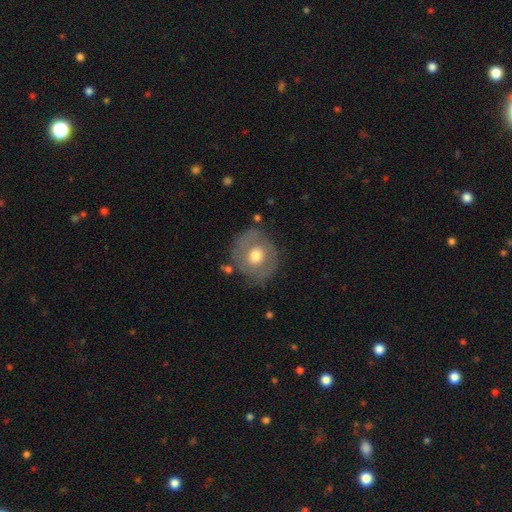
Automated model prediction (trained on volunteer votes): Smooth or featured?
  - smooth: 53% *
  - featured or disk: 41%
  - star or artifact: 7%
How rounded?
  - round: 83% *
  - in between: 16%
  - cigar-shaped: 1%
Merging?
  - none: 75% *
  - minor disturbance: 16%
  - major disturbance: 6%
  - merger: 3%